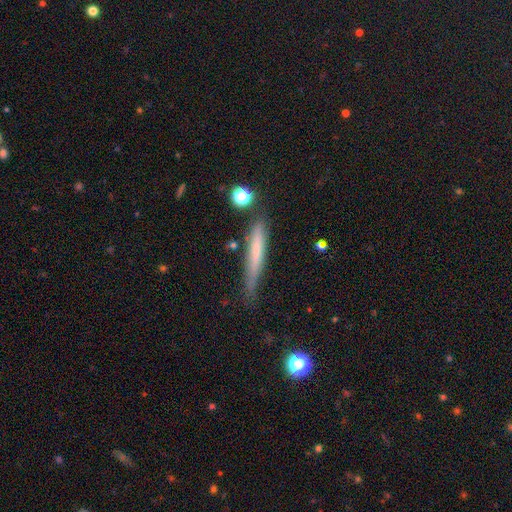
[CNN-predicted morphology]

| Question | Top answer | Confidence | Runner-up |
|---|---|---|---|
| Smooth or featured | smooth | 55% | featured or disk (37%) |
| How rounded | cigar-shaped | 94% | in between (4%) |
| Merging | none | 73% | minor disturbance (20%) |